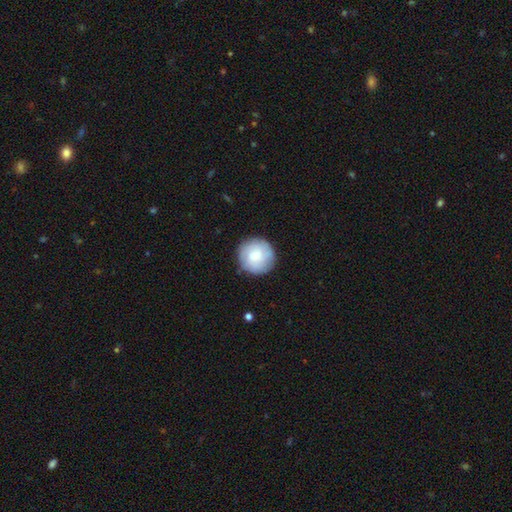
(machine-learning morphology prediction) The model was most divided on "smooth or featured": smooth: 72%, featured or disk: 22%, star or artifact: 6%. More confident: how rounded — round (95%); merging — none (86%).